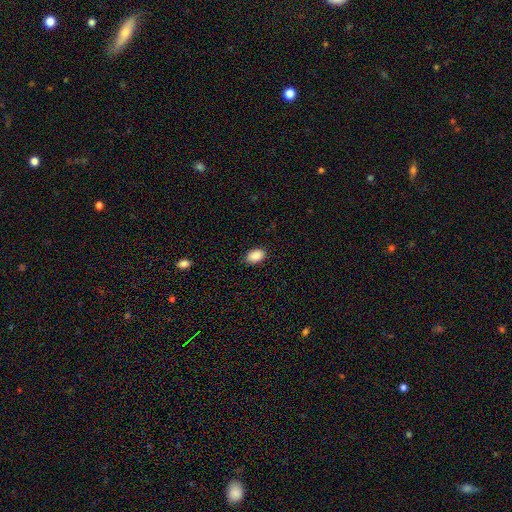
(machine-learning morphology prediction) A smooth galaxy with no disk features (90%) that is in between round and cigar-shaped (89%).

Vote fractions:
- Smooth or featured? smooth: 90% / star or artifact: 7% / featured or disk: 3%
- How rounded? in between: 89% / round: 10% / cigar-shaped: 1%
- Merging? none: 86% / minor disturbance: 11% / major disturbance: 2% / merger: 1%